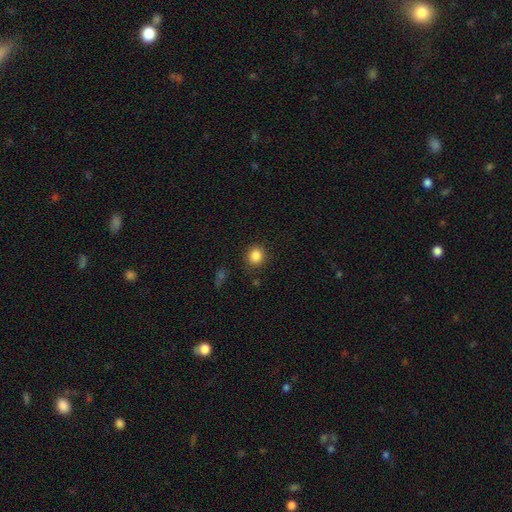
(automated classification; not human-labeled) smooth-or-featured: smooth: 86% | star or artifact: 11% | featured or disk: 4%
  how-rounded: round: 83% | in between: 16% | cigar-shaped: 1%
  merging: none: 86% | minor disturbance: 9% | major disturbance: 3% | merger: 2%